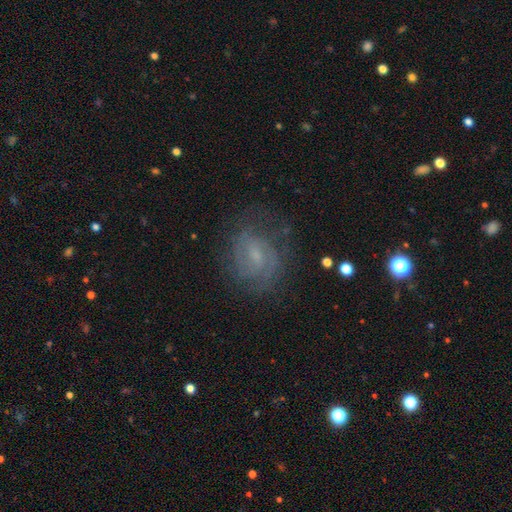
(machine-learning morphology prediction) This appears to be a featured or disk galaxy (64%) with a weak bar (52%), 2 (46%) tight (49%) spiral arms (86%) and a small central bulge (52%). Merging: none (71%).